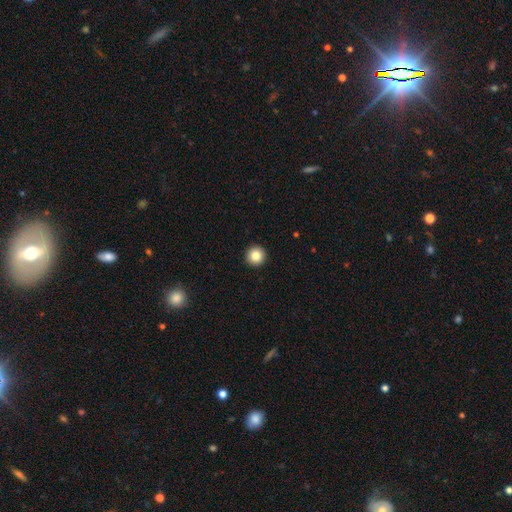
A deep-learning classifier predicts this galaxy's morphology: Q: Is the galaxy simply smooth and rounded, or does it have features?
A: smooth — 84%.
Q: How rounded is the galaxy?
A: round — 96%.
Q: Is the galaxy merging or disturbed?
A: none — 94%.